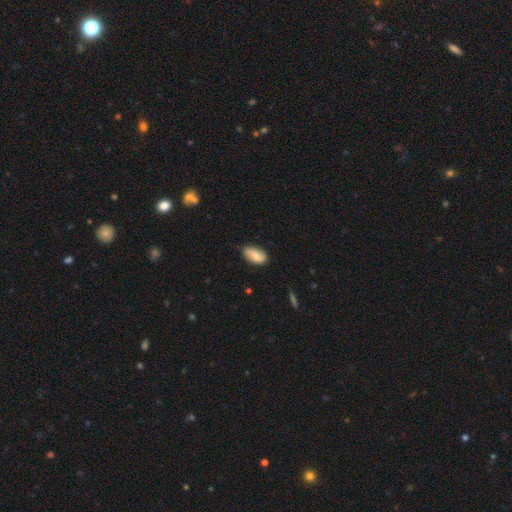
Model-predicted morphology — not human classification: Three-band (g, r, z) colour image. It shows a smooth galaxy with no disk features (71%) that is in between round and cigar-shaped (93%). Merging: none (72%).